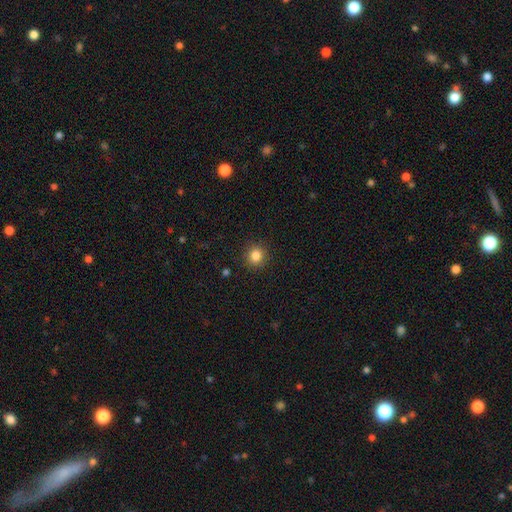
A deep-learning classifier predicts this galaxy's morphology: Overall: smooth (84%). How rounded: round (90%). Merging: none (90%).